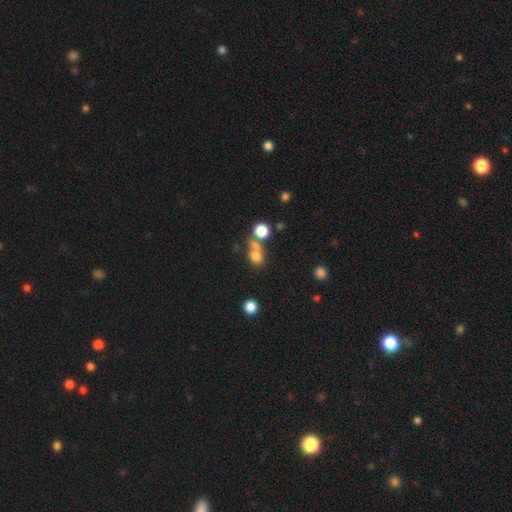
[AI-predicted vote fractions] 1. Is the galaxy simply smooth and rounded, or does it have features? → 73% smooth, 16% star or artifact, 11% featured or disk.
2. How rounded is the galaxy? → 51% round, 47% in between, 2% cigar-shaped.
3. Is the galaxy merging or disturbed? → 45% merger, 39% none, 10% minor disturbance, 6% major disturbance.